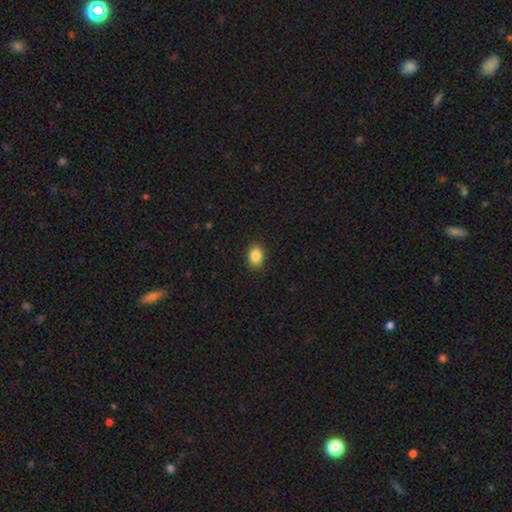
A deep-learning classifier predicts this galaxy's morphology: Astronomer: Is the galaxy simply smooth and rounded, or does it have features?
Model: smooth — 87%.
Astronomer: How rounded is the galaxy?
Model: in between — 62%.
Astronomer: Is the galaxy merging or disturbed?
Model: none — 90%.